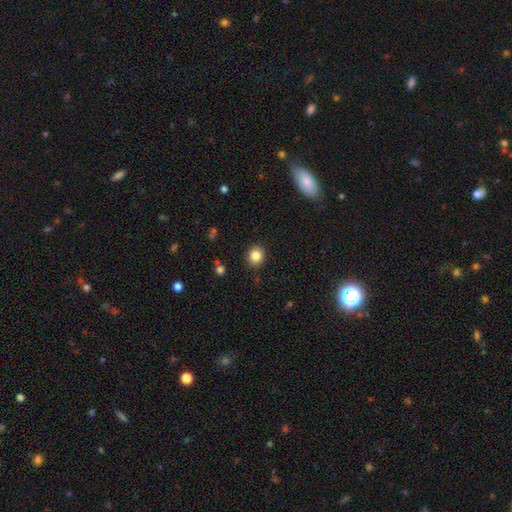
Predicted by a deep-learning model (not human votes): Smooth or featured: smooth — 84% (star or artifact — 10%)
How rounded: round — 81% (in between — 18%)
Merging: none — 90% (minor disturbance — 7%)